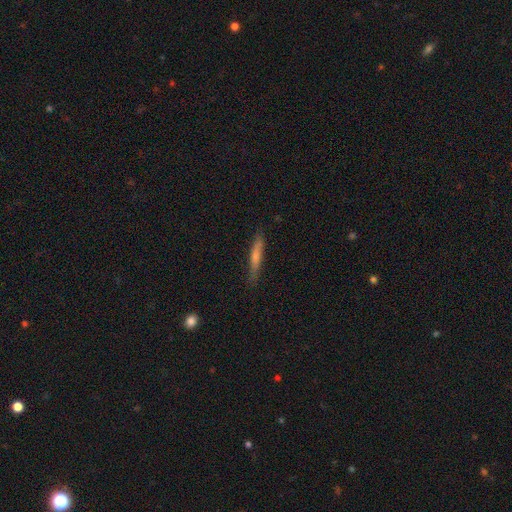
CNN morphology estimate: Smooth or featured: smooth — 57% (featured or disk — 37%)
How rounded: cigar-shaped — 94% (in between — 5%)
Merging: none — 85% (minor disturbance — 12%)